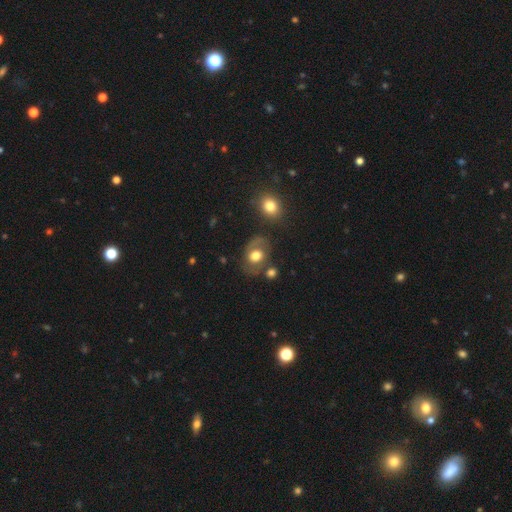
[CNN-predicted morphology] smooth-or-featured: smooth: 51% | featured or disk: 40% | star or artifact: 9%
  how-rounded: in between: 59% | round: 40% | cigar-shaped: 1%
  merging: none: 61% | minor disturbance: 20% | major disturbance: 11% | merger: 8%